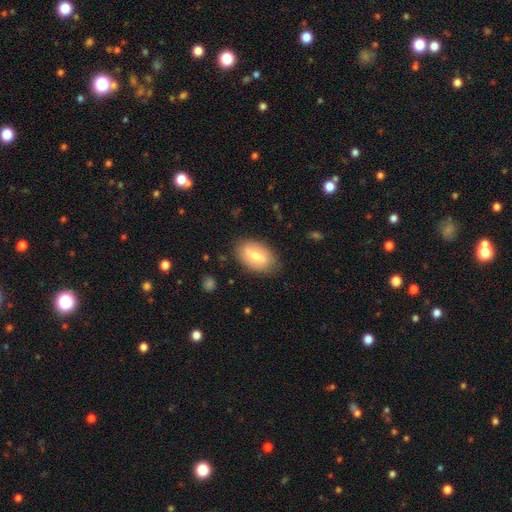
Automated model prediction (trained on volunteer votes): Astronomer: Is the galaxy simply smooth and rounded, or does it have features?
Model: smooth — 61%.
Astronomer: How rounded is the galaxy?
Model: in between — 91%.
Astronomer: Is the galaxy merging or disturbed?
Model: none — 82%.